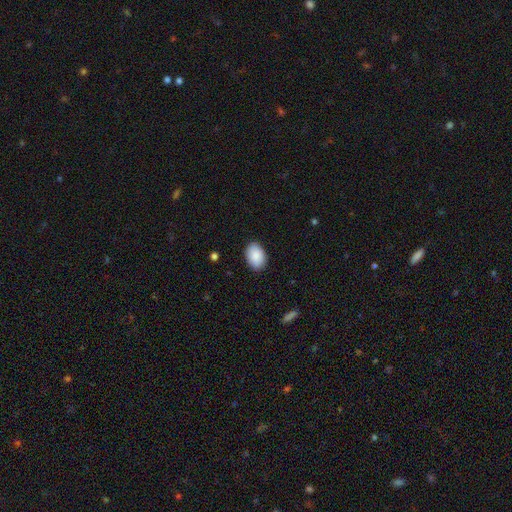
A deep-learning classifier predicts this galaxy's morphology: Smooth or featured? smooth (90%)
How rounded? in between (87%)
Merging? none (89%)